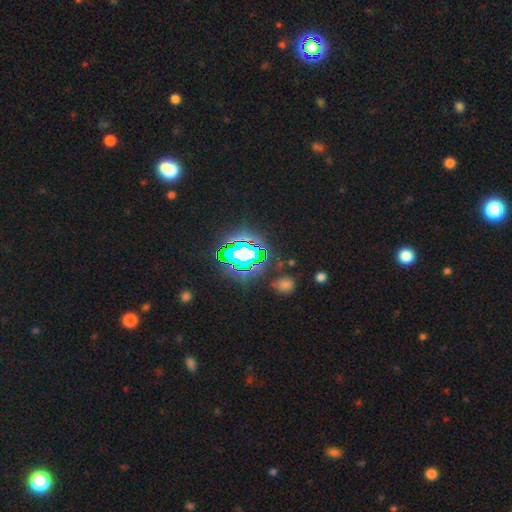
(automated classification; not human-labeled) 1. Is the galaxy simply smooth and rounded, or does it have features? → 74% star or artifact, 15% smooth, 11% featured or disk.